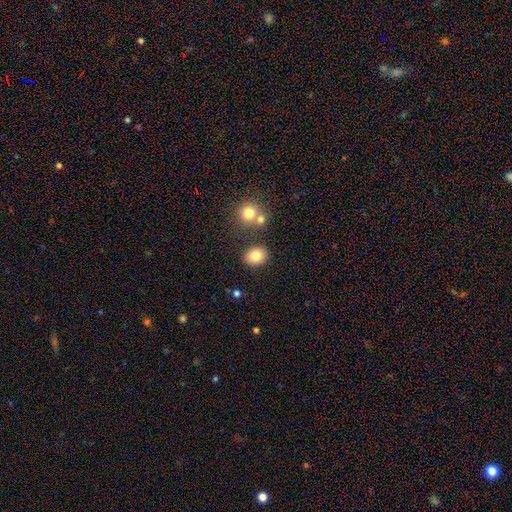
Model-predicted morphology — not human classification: smooth 82%, star or artifact 10%, featured or disk 8%. Down the decision tree: how rounded — round (60%); merging — none (82%).